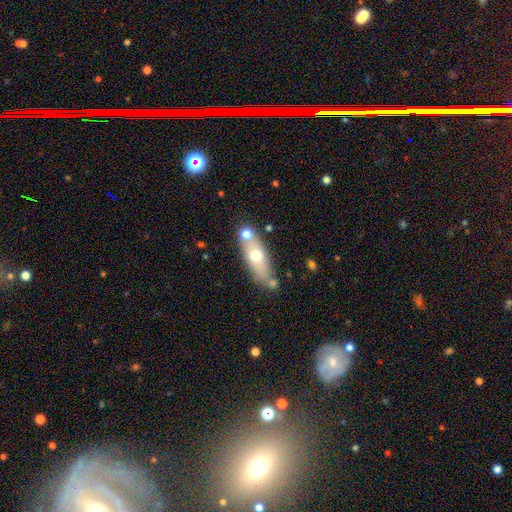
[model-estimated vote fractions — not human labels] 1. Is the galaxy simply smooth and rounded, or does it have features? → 59% smooth, 33% featured or disk, 7% star or artifact.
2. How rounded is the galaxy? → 52% in between, 44% cigar-shaped, 4% round.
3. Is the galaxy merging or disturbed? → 63% none, 16% merger, 16% minor disturbance, 5% major disturbance.